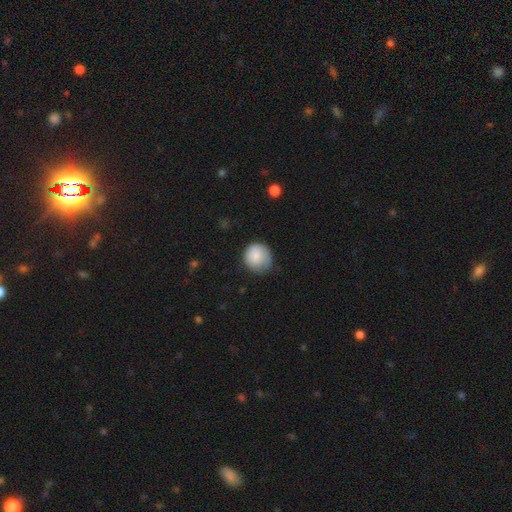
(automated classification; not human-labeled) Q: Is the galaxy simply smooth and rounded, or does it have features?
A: smooth — 83%.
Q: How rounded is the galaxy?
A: round — 87%.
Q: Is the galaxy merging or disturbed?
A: none — 64%.